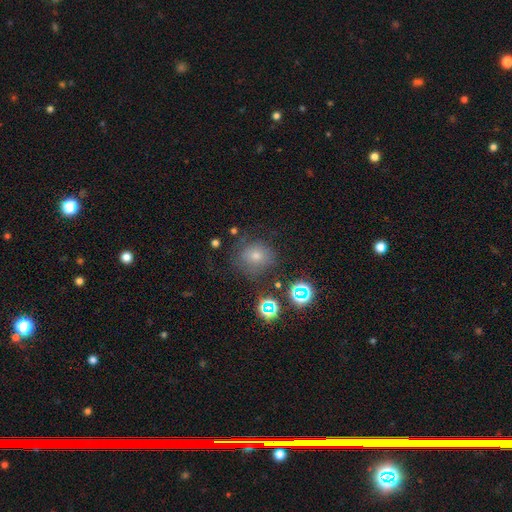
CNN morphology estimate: A smooth galaxy with no disk features (53%) that is round (81%). Merging: none (73%).